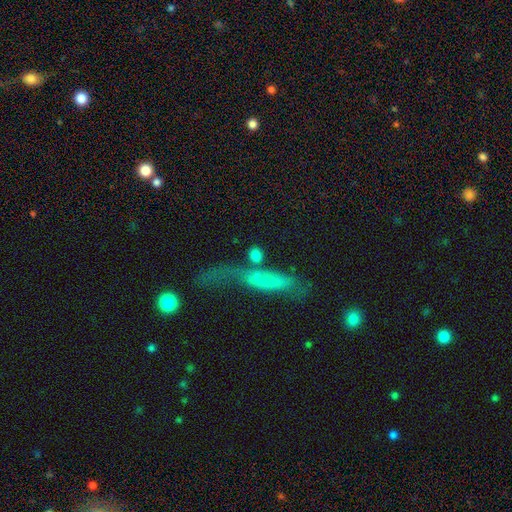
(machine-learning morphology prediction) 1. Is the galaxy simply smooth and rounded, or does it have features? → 74% smooth, 16% featured or disk, 10% star or artifact.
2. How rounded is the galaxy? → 44% round, 36% in between, 20% cigar-shaped.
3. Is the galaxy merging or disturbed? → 53% none, 22% merger, 13% minor disturbance, 11% major disturbance.